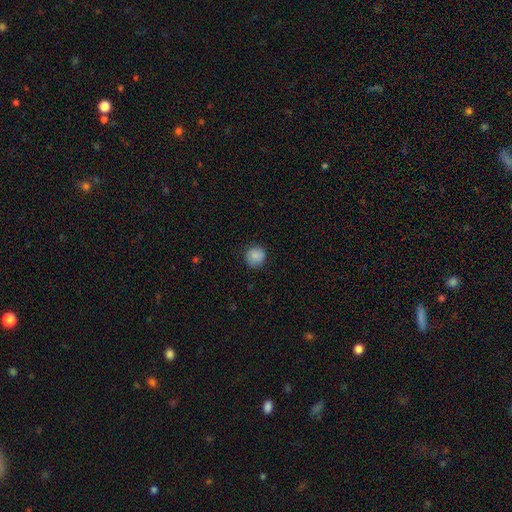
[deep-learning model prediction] A smooth galaxy with no disk features (86%) that is round (92%). Merging: none (85%).